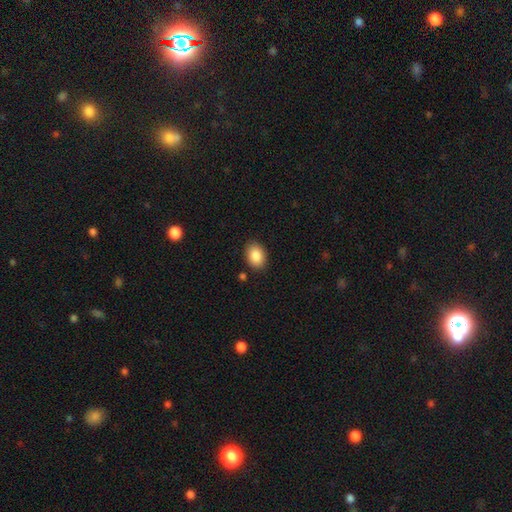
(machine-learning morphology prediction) smooth-or-featured: smooth: 87% | star or artifact: 8% | featured or disk: 5%
  how-rounded: in between: 78% | round: 21% | cigar-shaped: 1%
  merging: none: 87% | minor disturbance: 9% | major disturbance: 2% | merger: 2%